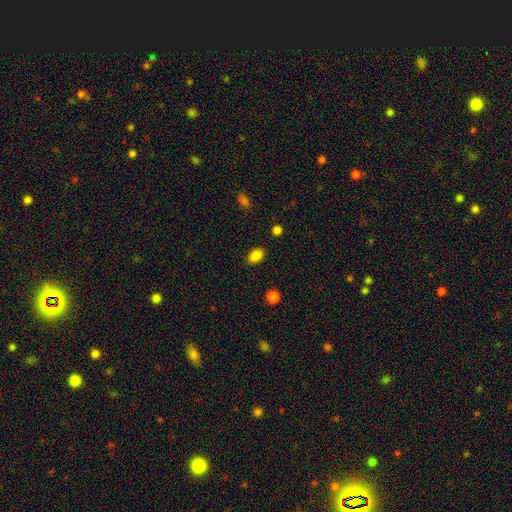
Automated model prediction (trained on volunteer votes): The model was most divided on "how rounded": in between: 85%, round: 13%, cigar-shaped: 1%. More confident: smooth or featured — smooth (86%); merging — none (86%).